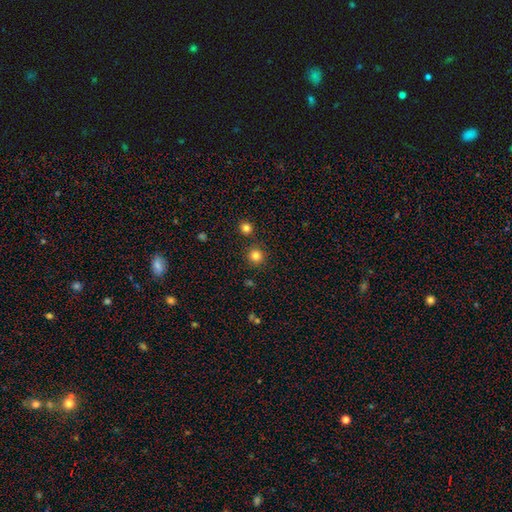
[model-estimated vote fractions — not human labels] A smooth galaxy with no disk features (82%) that is round (93%).

Vote fractions:
- Smooth or featured? smooth: 82% / star or artifact: 13% / featured or disk: 5%
- How rounded? round: 93% / in between: 6% / cigar-shaped: 1%
- Merging? none: 87% / minor disturbance: 6% / merger: 5% / major disturbance: 2%